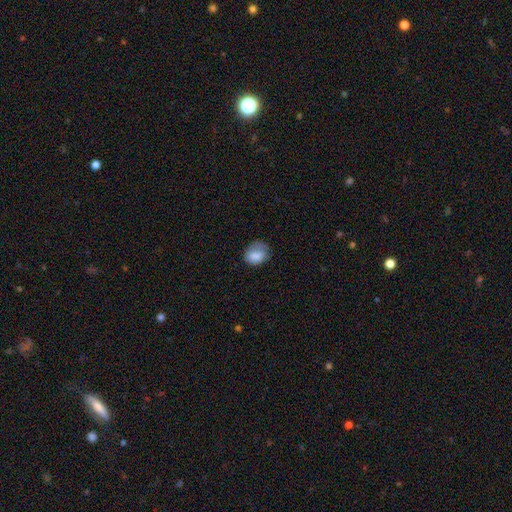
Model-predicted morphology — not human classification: type=smooth (81%); roundness=in between (55%); merging=none (49%).